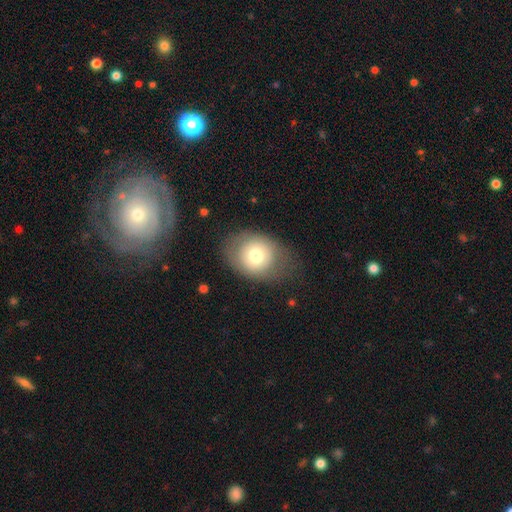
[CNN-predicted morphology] smooth 68%, featured or disk 23%, star or artifact 9%. Down the decision tree: how rounded — in between (52%); merging — none (70%).